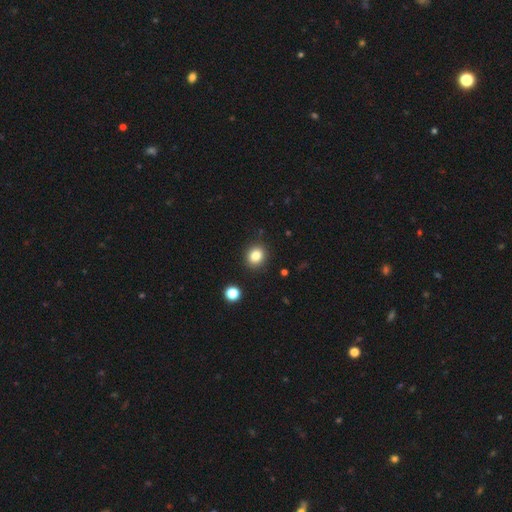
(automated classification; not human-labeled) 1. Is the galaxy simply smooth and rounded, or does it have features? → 83% smooth, 11% star or artifact, 6% featured or disk.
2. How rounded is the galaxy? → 72% round, 27% in between, 1% cigar-shaped.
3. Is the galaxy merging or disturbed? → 89% none, 7% minor disturbance, 2% major disturbance, 2% merger.